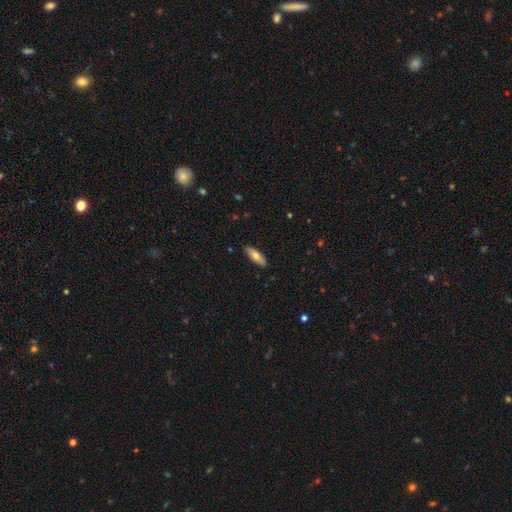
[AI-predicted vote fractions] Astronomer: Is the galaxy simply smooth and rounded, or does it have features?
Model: smooth — 68%.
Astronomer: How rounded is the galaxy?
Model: in between — 54% (runner-up: cigar-shaped, 44%).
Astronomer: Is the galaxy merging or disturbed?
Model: none — 89%.